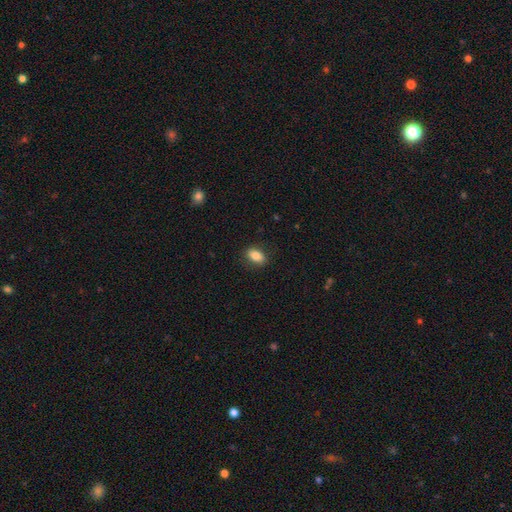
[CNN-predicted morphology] smooth-or-featured: smooth: 85% | star or artifact: 8% | featured or disk: 8%
  how-rounded: in between: 87% | round: 10% | cigar-shaped: 3%
  merging: none: 86% | minor disturbance: 10% | major disturbance: 3% | merger: 1%